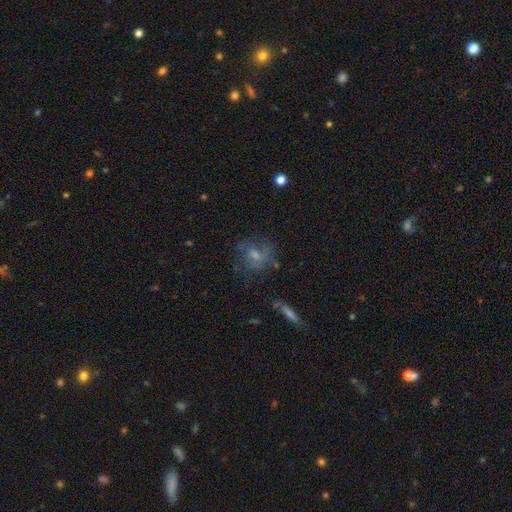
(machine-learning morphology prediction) Smooth or featured?
  - featured or disk: 45% *
  - smooth: 43%
  - star or artifact: 12%
Merging?
  - none: 53% *
  - minor disturbance: 22%
  - major disturbance: 22%
  - merger: 4%